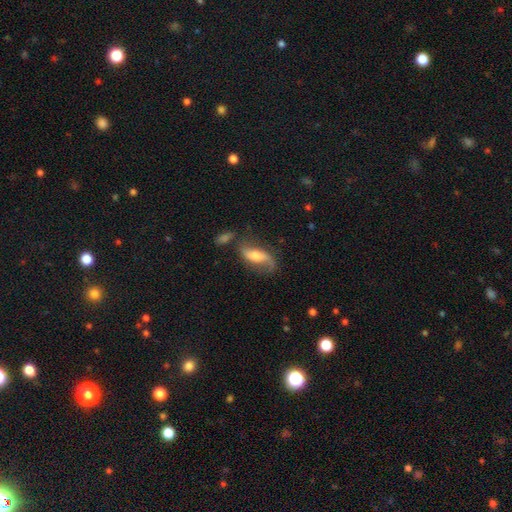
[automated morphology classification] A featured or disk galaxy (68%) with no bar (41%), 2 (81%) loose (72%) spiral arms (90%) and a moderate central bulge (55%).

Vote fractions:
- Smooth or featured? featured or disk: 68% / smooth: 24% / star or artifact: 8%
- Edge-on disk? no: 89% / yes: 11%
- Bar? no: 41% / weak: 38% / strong: 21%
- Spiral arms? yes: 90% / no: 10%
- Spiral winding? loose: 72% / medium: 21% / tight: 7%
- Spiral arm count? 2: 81% / 1: 11% / can't tell: 5% / 3: 1% / 4: 1% / more than 4: 1%
- Bulge size? moderate: 55% / small: 24% / large: 14% / none: 4% / dominant: 2%
- Merging? none: 58% / minor disturbance: 22% / major disturbance: 12% / merger: 8%